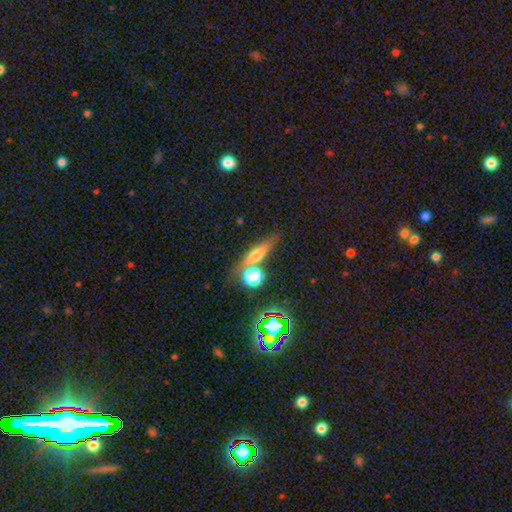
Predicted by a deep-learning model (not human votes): Smooth or featured? smooth (54%)
How rounded? cigar-shaped (56%)
Merging? none (65%)